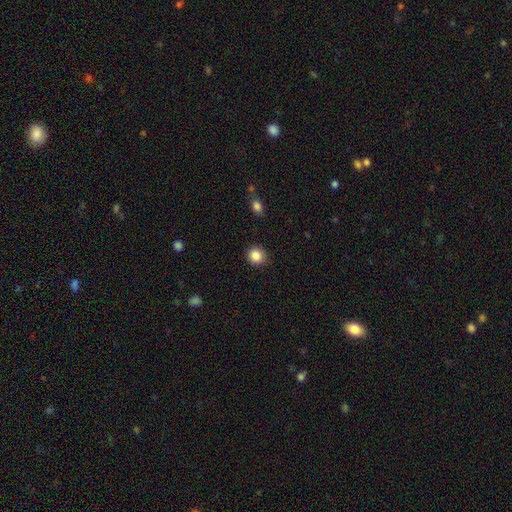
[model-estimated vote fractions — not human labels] Overall: smooth (86%). How rounded: round (88%). Merging: none (89%).